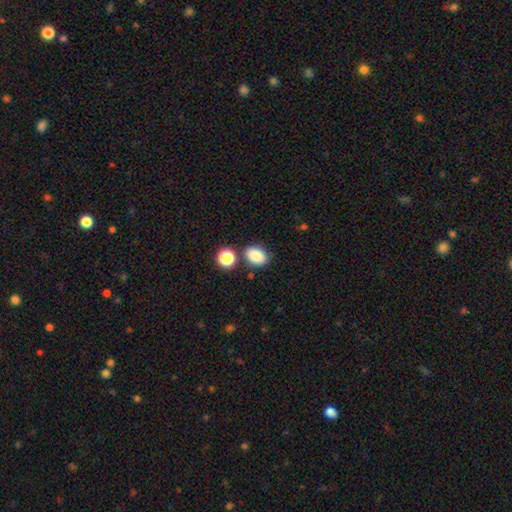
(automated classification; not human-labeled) This is clearly a smooth galaxy (85%). How rounded: likely in between (80%). Merging: likely none (75%).